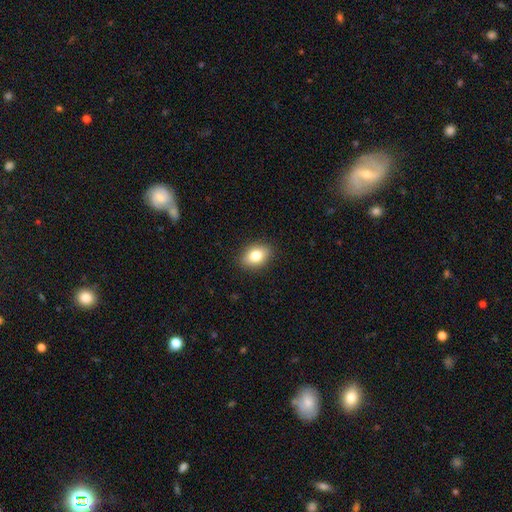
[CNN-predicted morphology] type=smooth (80%); roundness=in between (77%); merging=none (89%).